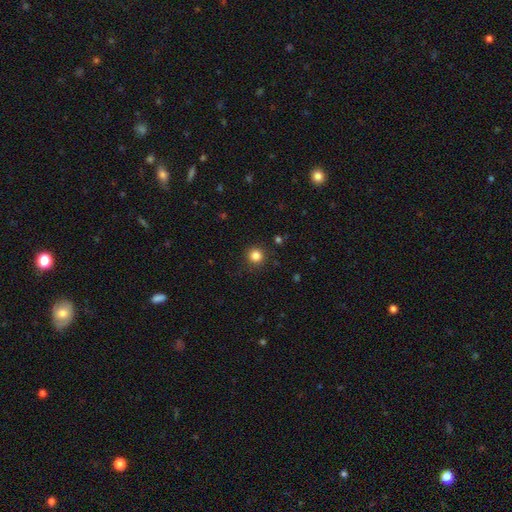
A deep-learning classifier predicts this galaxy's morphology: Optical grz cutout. It shows a smooth galaxy with no disk features (84%) that is round (95%). Merging: none (91%).